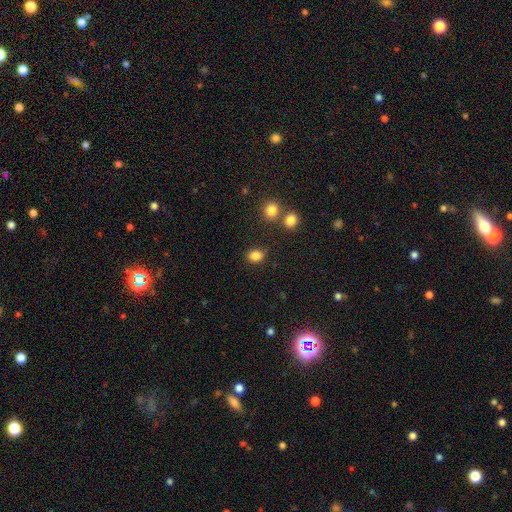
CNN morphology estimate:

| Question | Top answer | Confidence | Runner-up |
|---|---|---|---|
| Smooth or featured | smooth | 84% | star or artifact (11%) |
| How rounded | in between | 53% | round (46%) |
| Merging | none | 79% | minor disturbance (13%) |